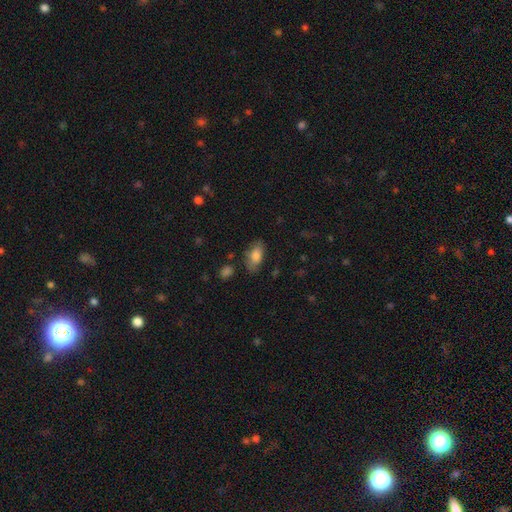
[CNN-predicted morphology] The model was most divided on "merging": none: 71%, minor disturbance: 21%, major disturbance: 5%, merger: 3%. More confident: how rounded — in between (89%); smooth or featured — smooth (79%).